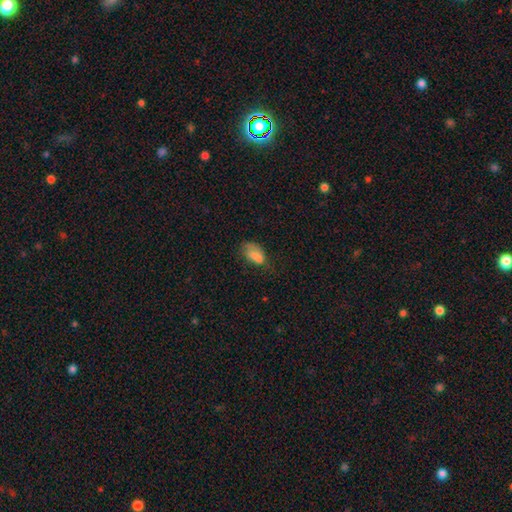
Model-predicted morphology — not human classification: Smooth or featured?
  - smooth: 77% *
  - featured or disk: 12%
  - star or artifact: 11%
How rounded?
  - in between: 90% *
  - round: 6%
  - cigar-shaped: 4%
Merging?
  - none: 36% *
  - minor disturbance: 34%
  - major disturbance: 26%
  - merger: 3%